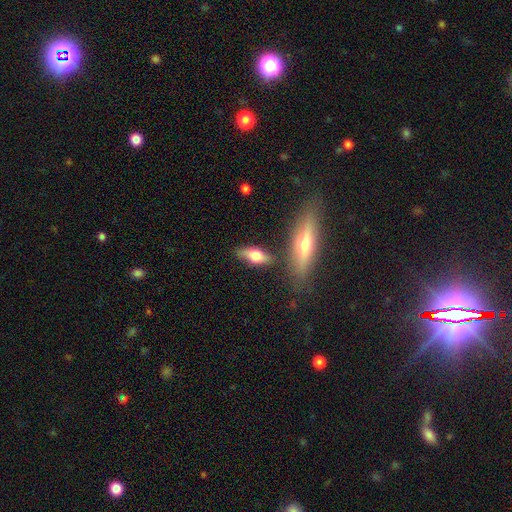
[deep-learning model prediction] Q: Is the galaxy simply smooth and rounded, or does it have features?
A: smooth — 59%.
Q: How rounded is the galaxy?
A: in between — 68%.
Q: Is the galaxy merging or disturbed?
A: none — 73%.